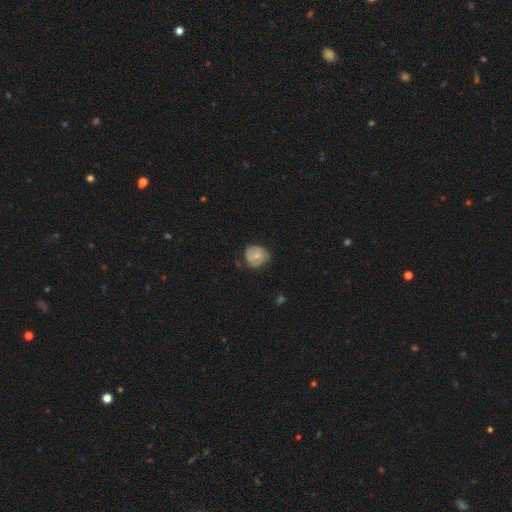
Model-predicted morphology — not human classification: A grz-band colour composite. It shows a smooth galaxy with no disk features (55%) that is round (77%). Merging: none (57%).